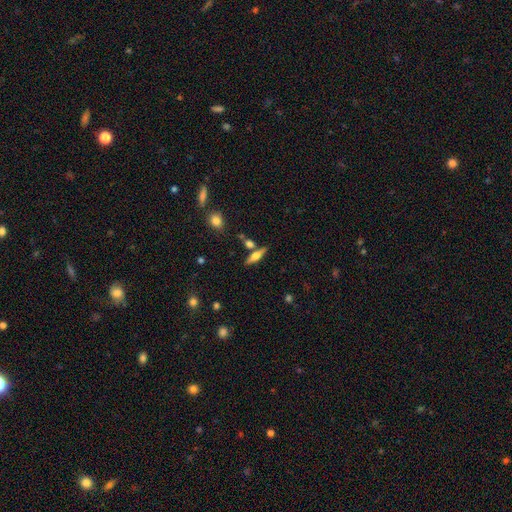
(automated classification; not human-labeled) This is possibly a featured or disk galaxy (52%). It is clearly viewed edge-on (94%). Merging: likely none (75%).